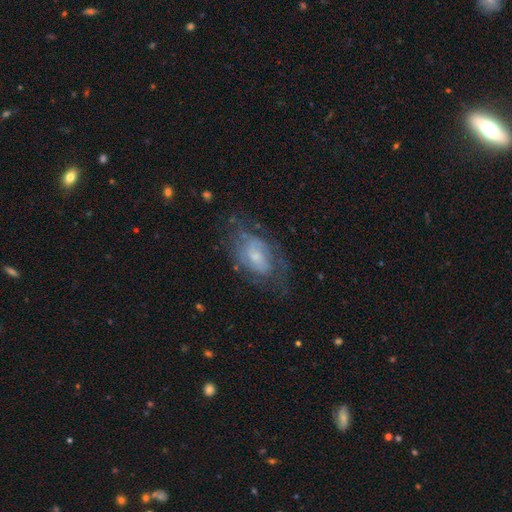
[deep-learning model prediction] smooth_or_featured: featured or disk (p=0.61) [alt: smooth p=0.30]
disk_edge_on: no (p=0.95) [alt: yes p=0.05]
bar: no (p=0.61) [alt: weak p=0.33]
has_spiral_arms: yes (p=0.68) [alt: no p=0.32]
bulge_size: small (p=0.58) [alt: moderate p=0.30]
merging: none (p=0.54) [alt: minor disturbance p=0.24]